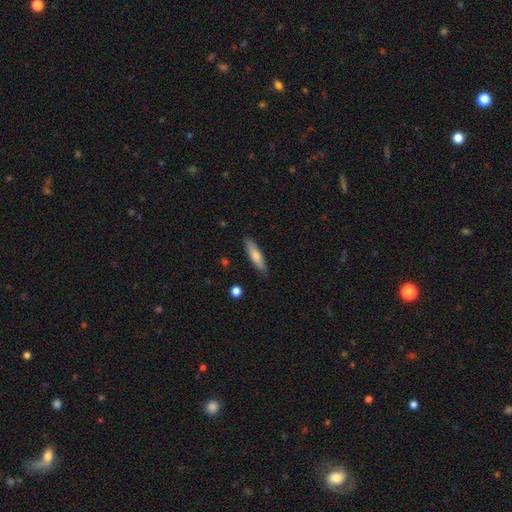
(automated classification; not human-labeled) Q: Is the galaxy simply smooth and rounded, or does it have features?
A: smooth — 72%.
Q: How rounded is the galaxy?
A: cigar-shaped — 71%.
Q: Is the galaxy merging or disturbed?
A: none — 86%.